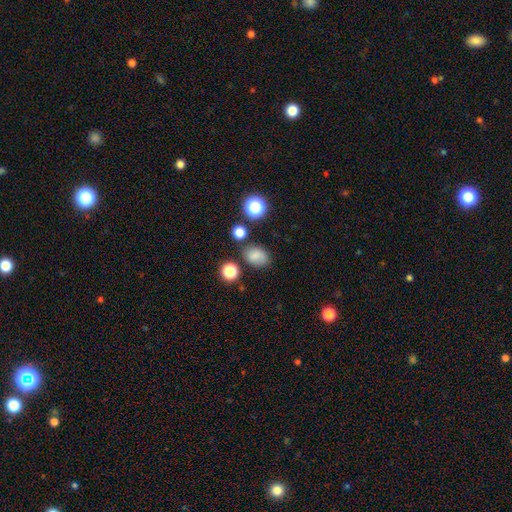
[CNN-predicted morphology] smooth 78%, star or artifact 14%, featured or disk 8%. Down the decision tree: how rounded — in between (70%); merging — none (73%).